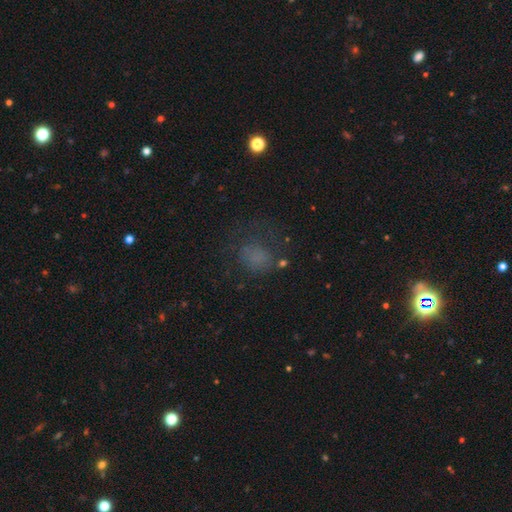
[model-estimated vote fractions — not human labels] Q: Smooth or featured?
A: smooth (60%); runner-up: star or artifact (23%)
Q: How rounded?
A: round (60%); runner-up: in between (39%)
Q: Merging?
A: none (52%); runner-up: major disturbance (25%)